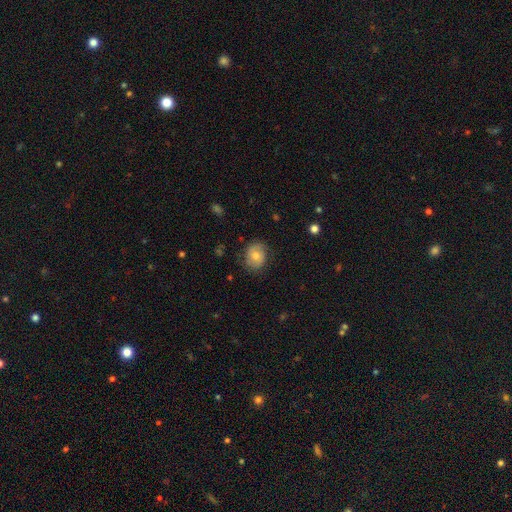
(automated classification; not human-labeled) smooth-or-featured: smooth: 61% | featured or disk: 30% | star or artifact: 9%
  how-rounded: round: 59% | in between: 40% | cigar-shaped: 1%
  merging: none: 75% | minor disturbance: 18% | major disturbance: 6% | merger: 1%